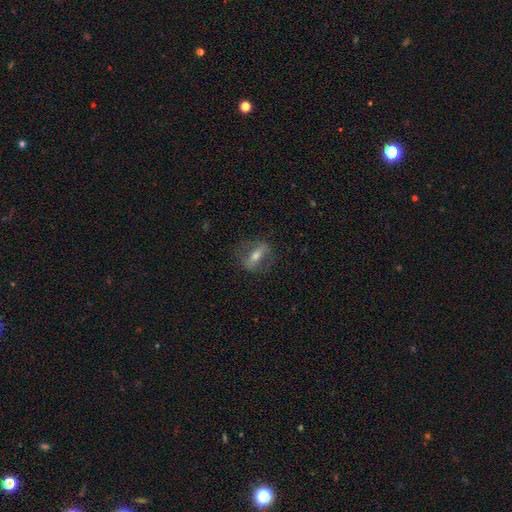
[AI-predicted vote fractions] Overall: featured or disk (60%; smooth 31%). Edge-on disk: no (64%; yes 36%). Merging: none (78%).